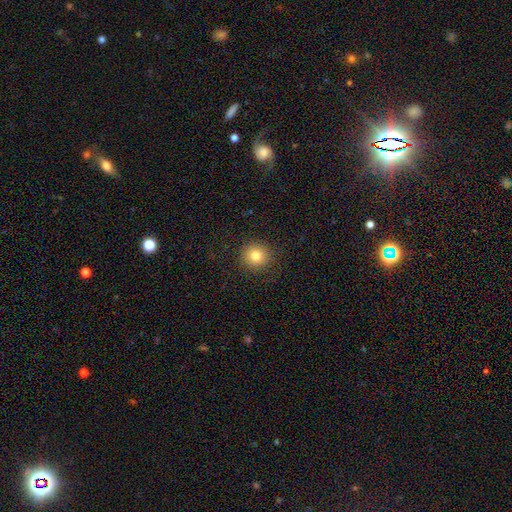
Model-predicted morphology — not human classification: A smooth galaxy with no disk features (81%) that is round (94%).

Vote fractions:
- Smooth or featured? smooth: 81% / star or artifact: 12% / featured or disk: 8%
- How rounded? round: 94% / in between: 5% / cigar-shaped: 1%
- Merging? none: 90% / minor disturbance: 6% / major disturbance: 3% / merger: 1%